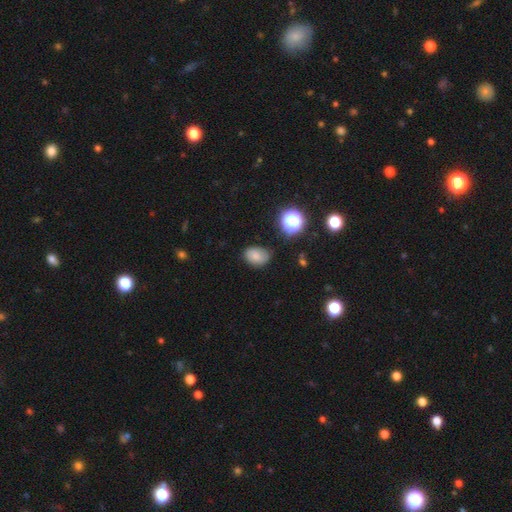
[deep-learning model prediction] Morphology: type=smooth (75%); roundness=in between (74%); merging=none (67%).